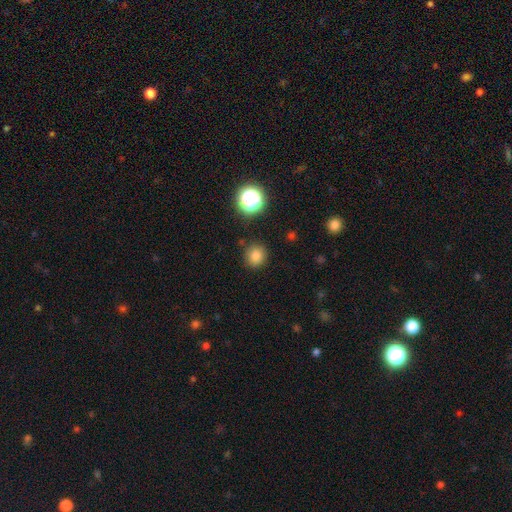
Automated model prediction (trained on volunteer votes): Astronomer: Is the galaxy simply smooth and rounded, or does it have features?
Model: smooth — 80%.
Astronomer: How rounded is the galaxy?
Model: round — 88%.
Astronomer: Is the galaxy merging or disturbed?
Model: none — 87%.